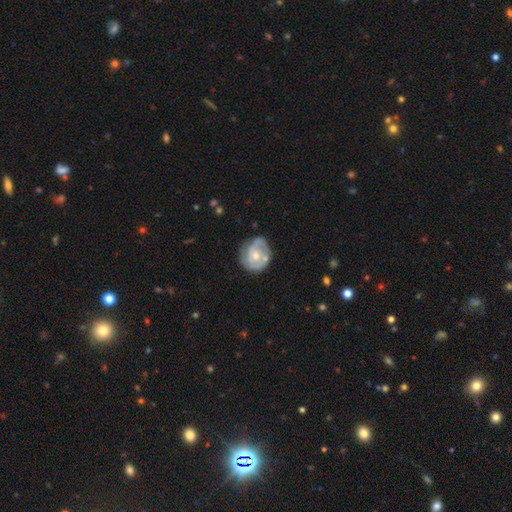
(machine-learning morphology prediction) Smooth or featured: featured or disk — 72% (smooth — 23%)
Edge-on disk: no — 98% (yes — 2%)
Bar: no — 75% (weak — 21%)
Spiral arms: yes — 81% (no — 19%)
Spiral winding: tight — 54% (medium — 33%)
Spiral arm count: 2 — 43% (can't tell — 28%)
Bulge size: small — 52% (moderate — 43%)
Merging: none — 57% (minor disturbance — 27%)